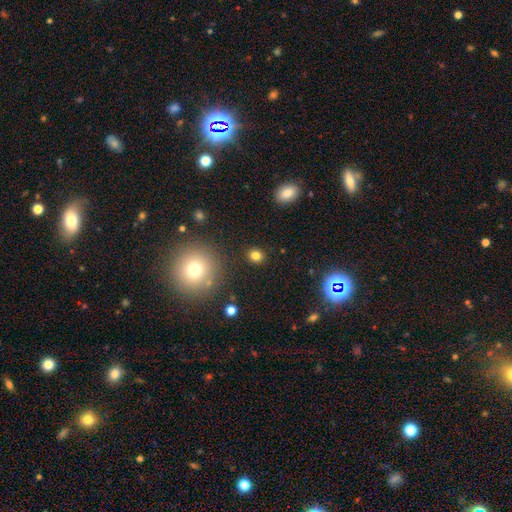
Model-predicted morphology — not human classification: Smooth or featured: smooth — 79% (star or artifact — 15%)
How rounded: round — 77% (in between — 22%)
Merging: none — 88% (minor disturbance — 7%)